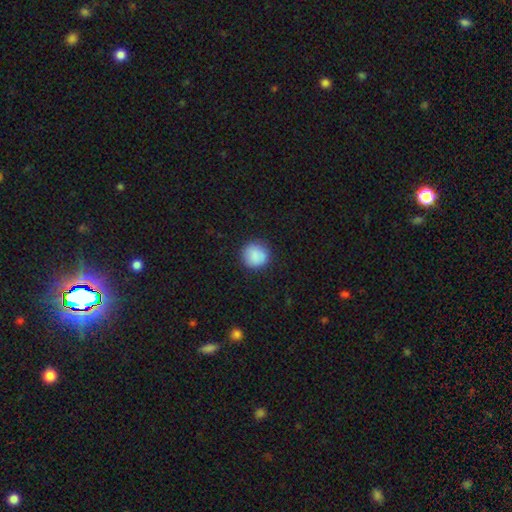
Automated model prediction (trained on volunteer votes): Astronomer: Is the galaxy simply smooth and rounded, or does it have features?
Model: smooth — 88%.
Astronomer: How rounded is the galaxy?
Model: round — 93%.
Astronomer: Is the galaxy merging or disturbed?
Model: none — 88%.